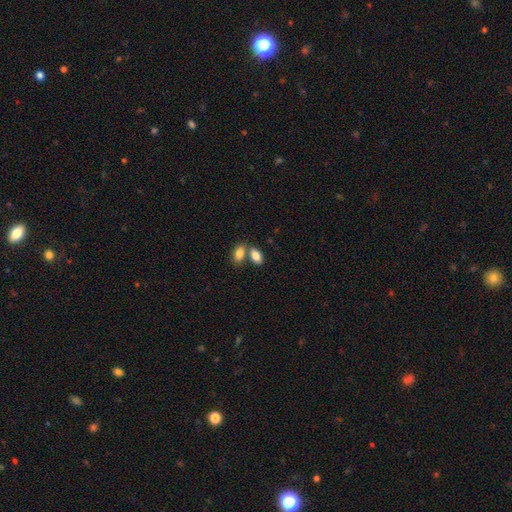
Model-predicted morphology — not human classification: smooth-or-featured: smooth: 84% | featured or disk: 9% | star or artifact: 7%
  how-rounded: in between: 91% | round: 6% | cigar-shaped: 3%
  merging: merger: 46% | none: 42% | minor disturbance: 9% | major disturbance: 3%